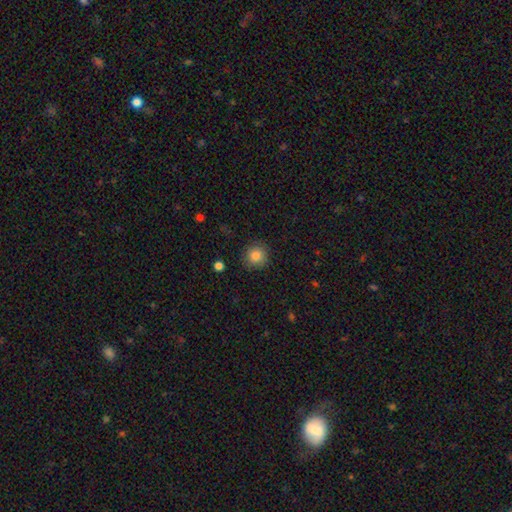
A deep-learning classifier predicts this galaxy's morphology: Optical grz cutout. It shows a smooth galaxy with no disk features (85%) that is round (92%). Merging: none (87%).